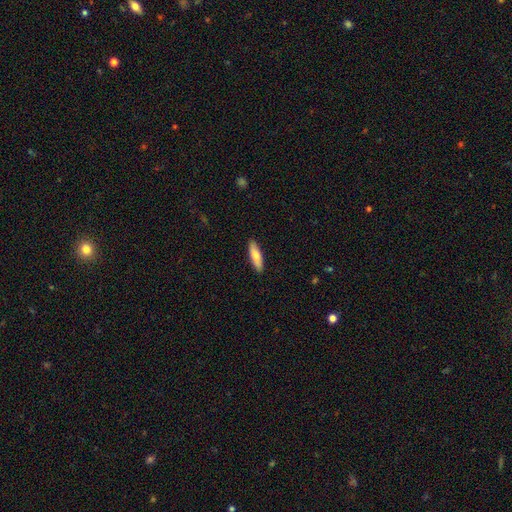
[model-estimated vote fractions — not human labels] A smooth galaxy with no disk features (72%) that is cigar-shaped (59%).

Vote fractions:
- Smooth or featured? smooth: 72% / featured or disk: 22% / star or artifact: 6%
- How rounded? cigar-shaped: 59% / in between: 39% / round: 2%
- Merging? none: 90% / minor disturbance: 8% / major disturbance: 2% / merger: 1%